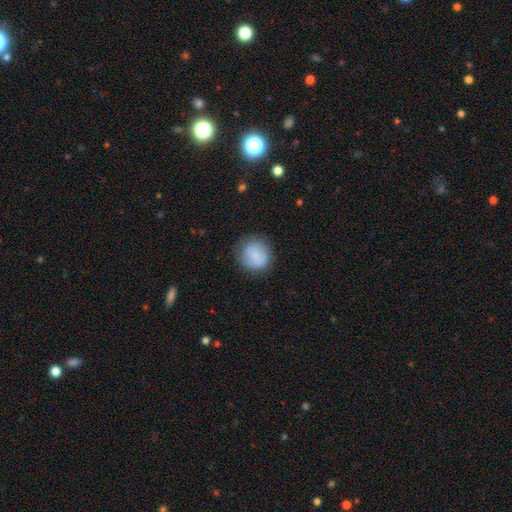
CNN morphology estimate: Overall: smooth (84%). How rounded: round (86%). Merging: none (76%).